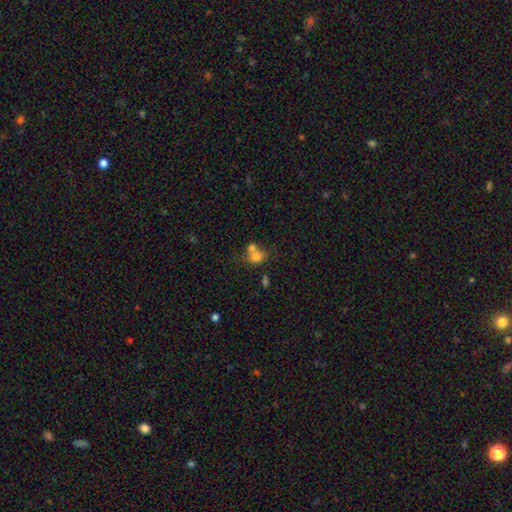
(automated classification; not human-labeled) Smooth or featured: smooth — 73% (featured or disk — 14%)
How rounded: round — 65% (in between — 34%)
Merging: merger — 52% (none — 34%)